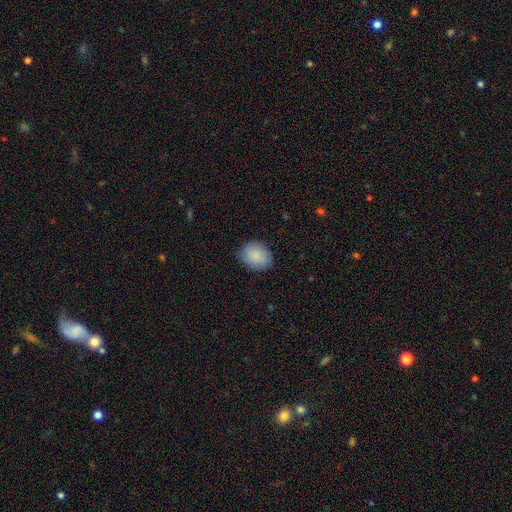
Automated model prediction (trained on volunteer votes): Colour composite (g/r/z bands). It shows a smooth galaxy with no disk features (89%) that is round (51%). Merging: none (85%).